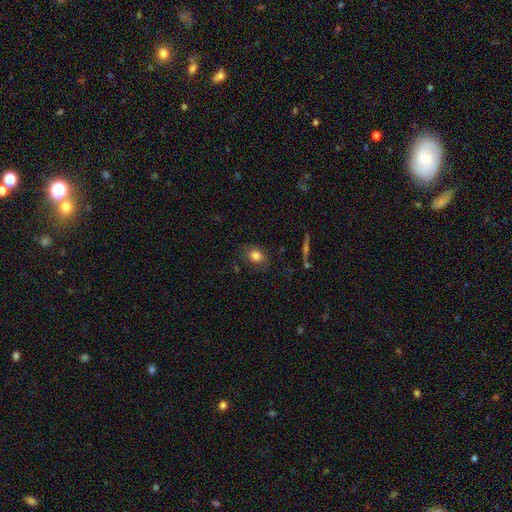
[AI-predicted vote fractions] Smooth or featured? smooth (79%)
How rounded? in between (65%)
Merging? none (75%)